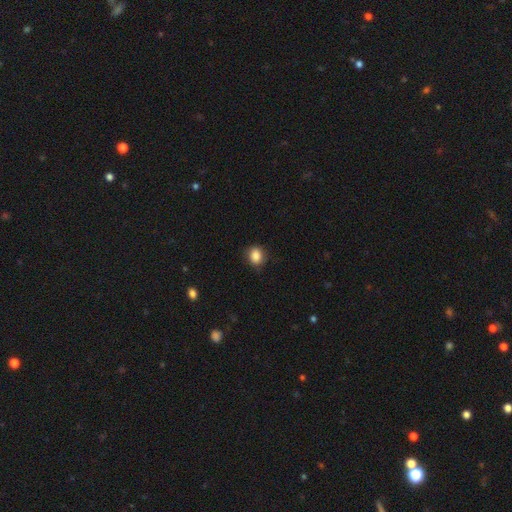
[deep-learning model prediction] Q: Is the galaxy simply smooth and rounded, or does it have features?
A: smooth — 87%.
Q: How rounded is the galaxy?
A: round — 58%.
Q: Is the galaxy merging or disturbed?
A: none — 81%.